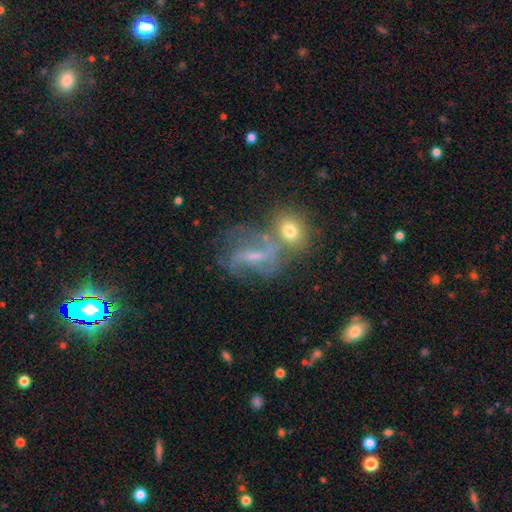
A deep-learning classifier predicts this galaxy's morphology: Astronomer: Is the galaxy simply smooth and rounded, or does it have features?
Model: featured or disk — 70%.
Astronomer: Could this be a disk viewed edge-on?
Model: no — 94%.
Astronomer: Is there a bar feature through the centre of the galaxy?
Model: weak — 46% (runner-up: strong, 32%).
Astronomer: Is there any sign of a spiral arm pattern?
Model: yes — 85%.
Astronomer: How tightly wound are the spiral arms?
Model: medium — 43% (runner-up: loose, 39%).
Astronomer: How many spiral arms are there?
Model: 2 — 63%.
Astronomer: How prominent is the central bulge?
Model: small — 52% (runner-up: moderate, 30%).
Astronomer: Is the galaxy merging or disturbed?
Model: none — 43% (runner-up: merger, 27%).